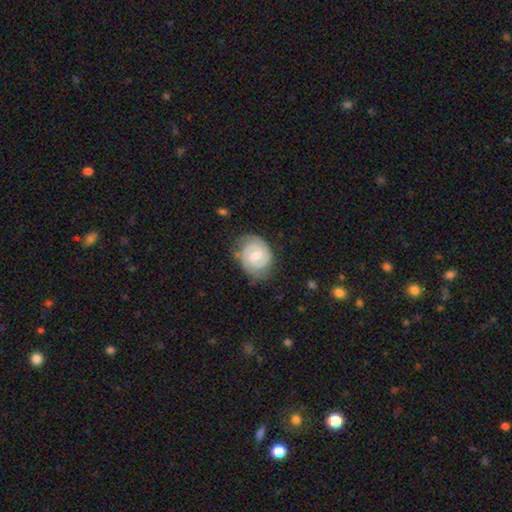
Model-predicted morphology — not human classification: Overall: featured or disk (85%). Edge-on disk: no (98%). Bar: weak (50%; no 38%). Spiral arms: yes (96%). Spiral arm count: 2 (78%). Spiral winding: tight (69%). Bulge size: moderate (59%; small 36%). Merging: none (75%).